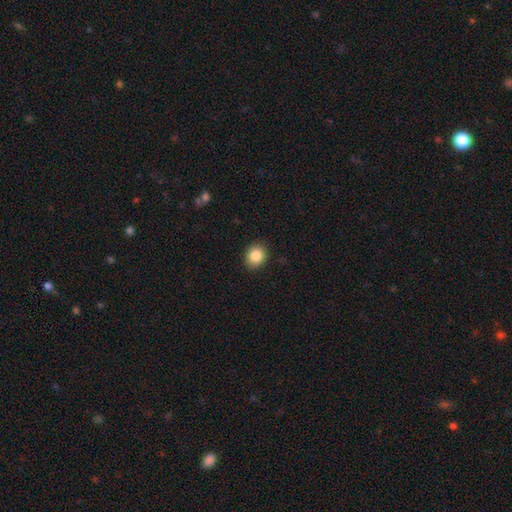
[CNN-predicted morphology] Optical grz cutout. It shows a smooth galaxy with no disk features (86%) that is round (64%). Merging: none (90%).